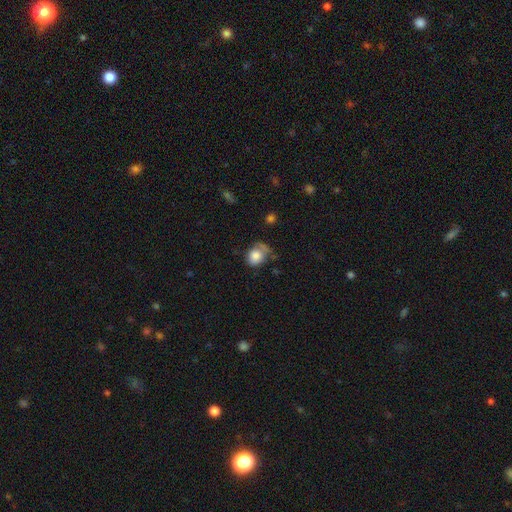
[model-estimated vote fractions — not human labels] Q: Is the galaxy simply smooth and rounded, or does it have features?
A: smooth — 80%.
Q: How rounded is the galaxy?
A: round — 55%.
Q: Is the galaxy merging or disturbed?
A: none — 42%.